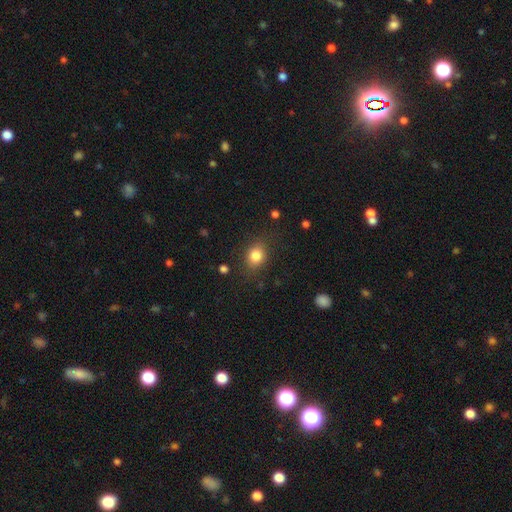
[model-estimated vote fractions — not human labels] smooth 82%, star or artifact 11%, featured or disk 8%. Down the decision tree: how rounded — in between (50%); merging — none (80%).